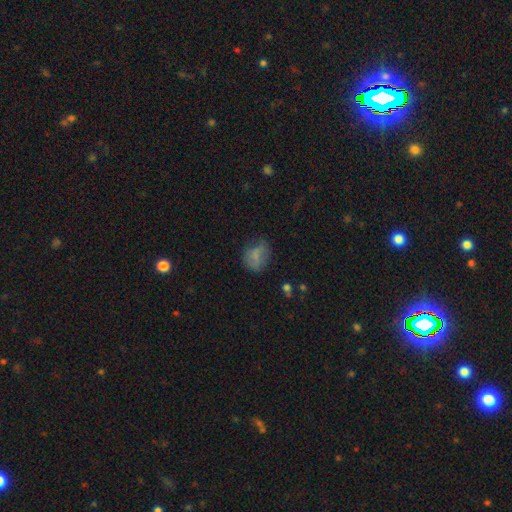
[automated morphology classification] smooth_or_featured: smooth (p=0.71) [alt: featured or disk p=0.18]
how_rounded: in between (p=0.51) [alt: round p=0.48]
merging: none (p=0.54) [alt: minor disturbance p=0.29]